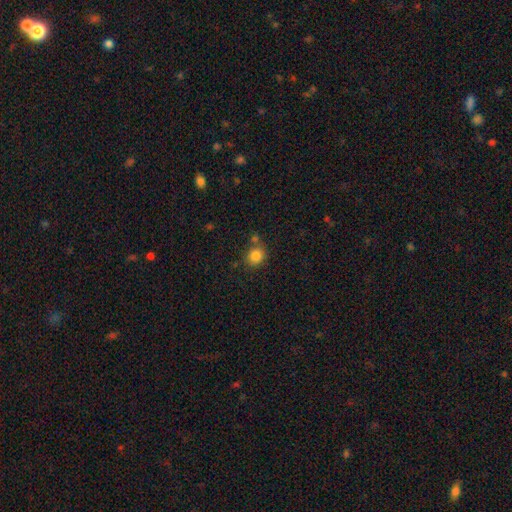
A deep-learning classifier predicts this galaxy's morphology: smooth_or_featured: smooth (p=0.84) [alt: star or artifact p=0.11]
how_rounded: round (p=0.80) [alt: in between p=0.19]
merging: none (p=0.72) [alt: merger p=0.13]